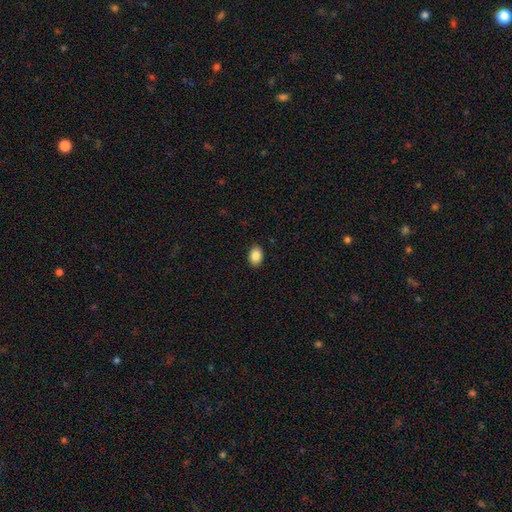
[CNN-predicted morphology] This is clearly a smooth galaxy (87%). How rounded: likely in between (79%). Merging: clearly none (89%).